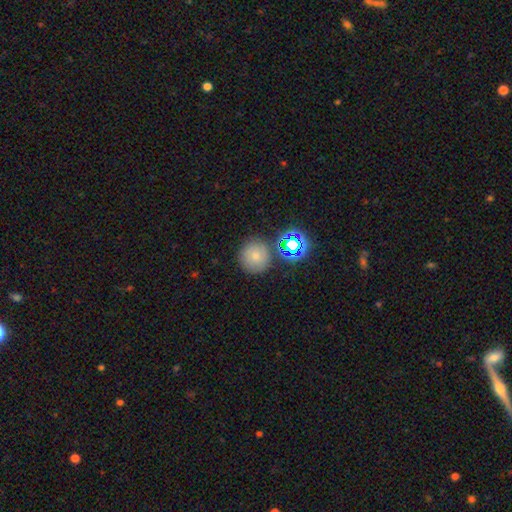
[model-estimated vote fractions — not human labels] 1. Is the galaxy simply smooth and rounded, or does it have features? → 69% smooth, 19% star or artifact, 12% featured or disk.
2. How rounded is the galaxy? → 94% round, 5% in between, 1% cigar-shaped.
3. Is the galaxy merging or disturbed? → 80% none, 9% minor disturbance, 9% merger, 3% major disturbance.